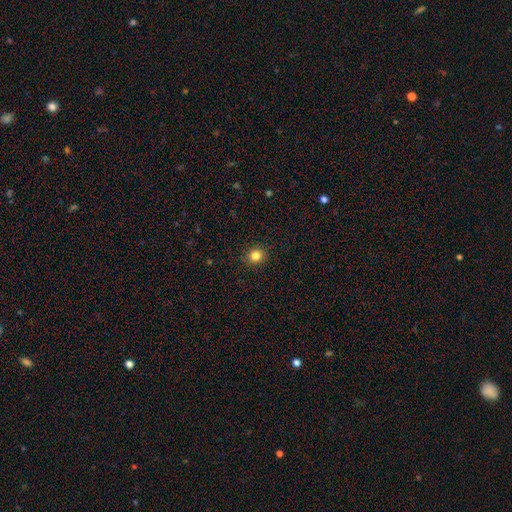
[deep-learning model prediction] Morphology: type=smooth (83%); roundness=round (85%); merging=none (91%).